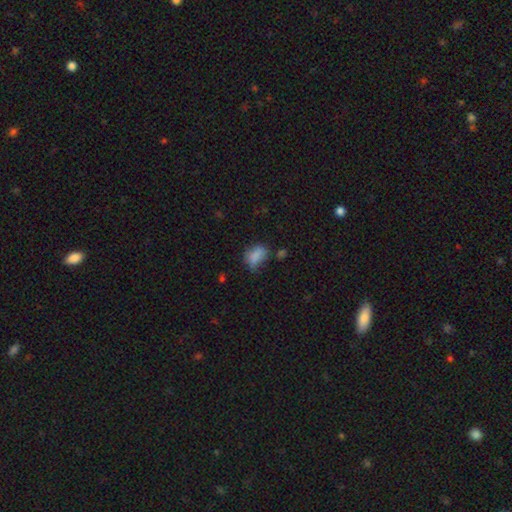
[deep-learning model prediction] The model was most divided on "merging": none: 42%, minor disturbance: 33%, major disturbance: 19%, merger: 6%. More confident: how rounded — in between (83%); smooth or featured — smooth (78%).